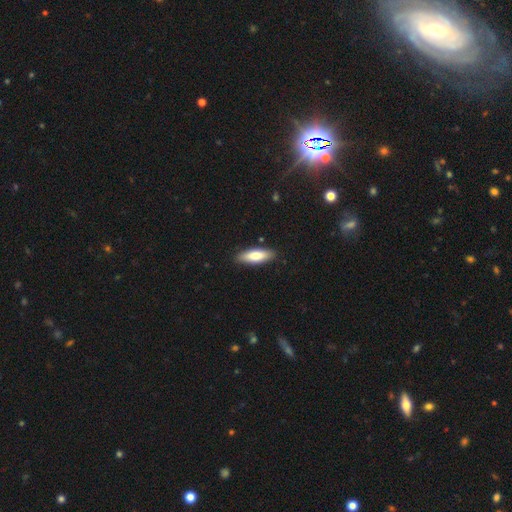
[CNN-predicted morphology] smooth_or_featured: smooth (p=0.76) [alt: featured or disk p=0.18]
how_rounded: in between (p=0.58) [alt: cigar-shaped p=0.40]
merging: none (p=0.88) [alt: minor disturbance p=0.09]